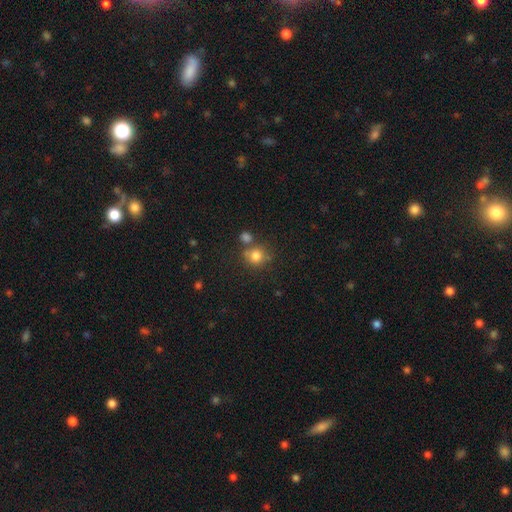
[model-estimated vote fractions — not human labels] This appears to be a smooth galaxy with no disk features (79%) that is round (86%). Merging: none (62%).